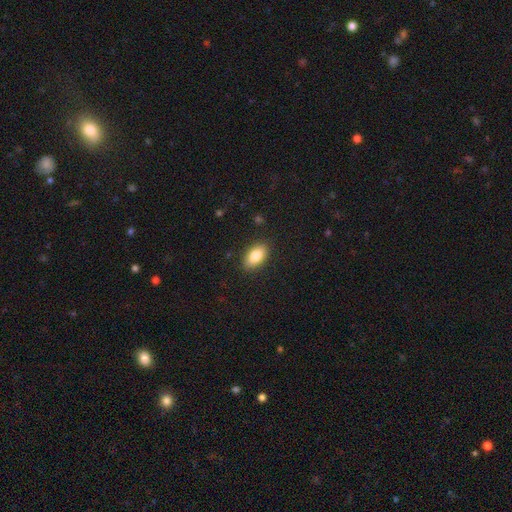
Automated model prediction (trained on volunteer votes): The model was most divided on "smooth or featured": smooth: 83%, featured or disk: 10%, star or artifact: 7%. More confident: how rounded — in between (92%); merging — none (88%).